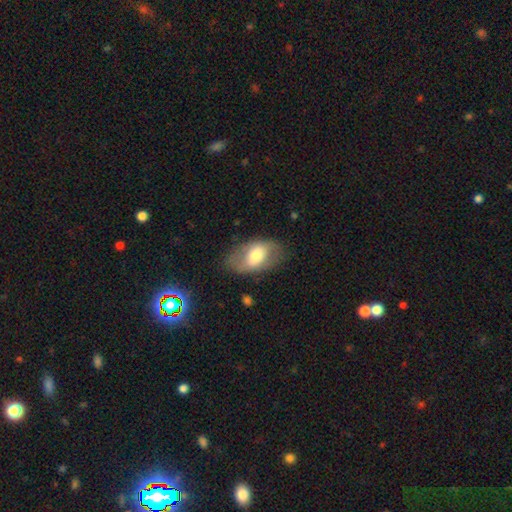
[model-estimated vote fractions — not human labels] This appears to be a smooth galaxy with no disk features (60%) that is in between round and cigar-shaped (91%). Merging: none (72%).